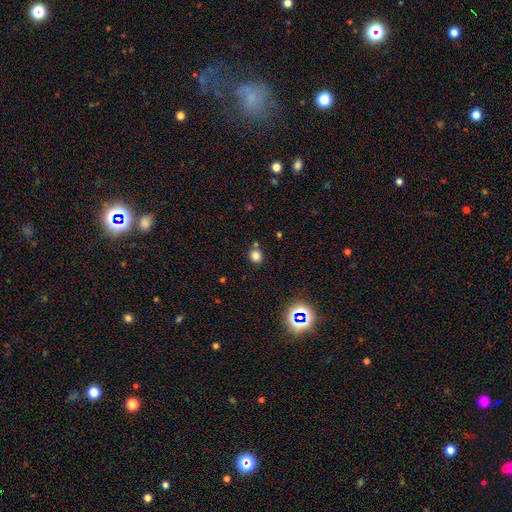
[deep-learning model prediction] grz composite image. It shows a smooth galaxy with no disk features (79%) that is round (81%). Merging: none (78%).